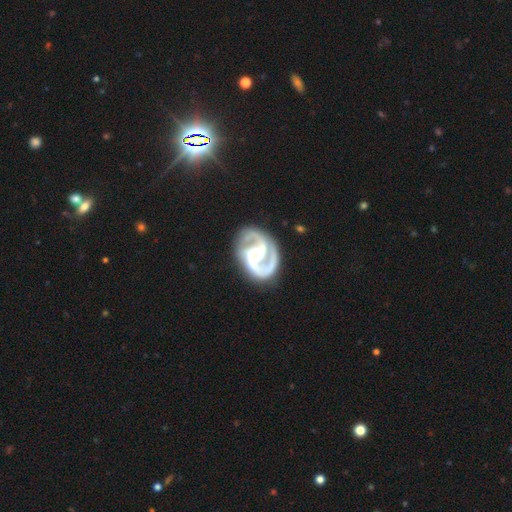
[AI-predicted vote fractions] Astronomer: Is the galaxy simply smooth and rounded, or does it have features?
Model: featured or disk — 93%.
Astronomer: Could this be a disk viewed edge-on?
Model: no — 98%.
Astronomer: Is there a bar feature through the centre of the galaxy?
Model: weak — 41% (runner-up: strong, 32%).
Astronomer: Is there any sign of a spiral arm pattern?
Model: yes — 98%.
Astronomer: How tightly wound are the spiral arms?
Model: medium — 61%.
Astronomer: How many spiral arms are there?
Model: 2 — 86%.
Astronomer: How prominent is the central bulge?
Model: small — 42% (runner-up: moderate, 41%).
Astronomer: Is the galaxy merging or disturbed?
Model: none — 75%.